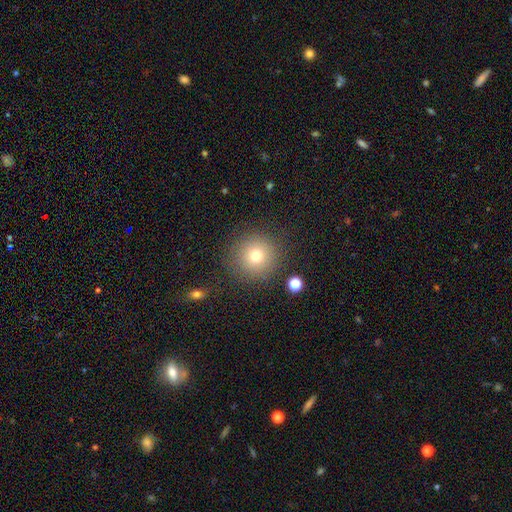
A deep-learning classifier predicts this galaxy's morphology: Smooth or featured? Predicted: smooth (p=0.73). How rounded? Predicted: round (p=0.95). Merging? Predicted: none (p=0.87).